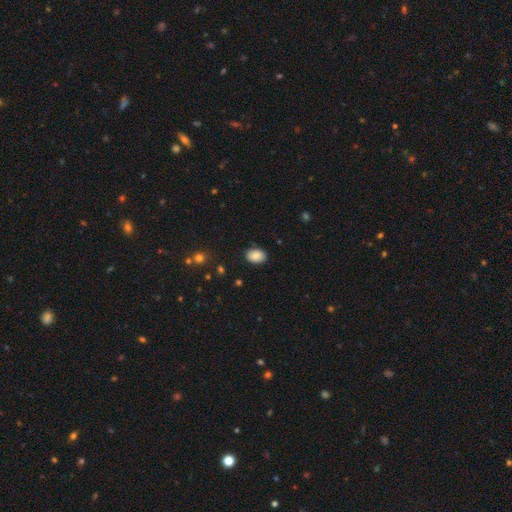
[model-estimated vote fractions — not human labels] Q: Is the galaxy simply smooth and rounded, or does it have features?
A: smooth — 87%.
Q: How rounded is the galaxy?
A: in between — 79%.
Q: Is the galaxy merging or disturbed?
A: none — 87%.